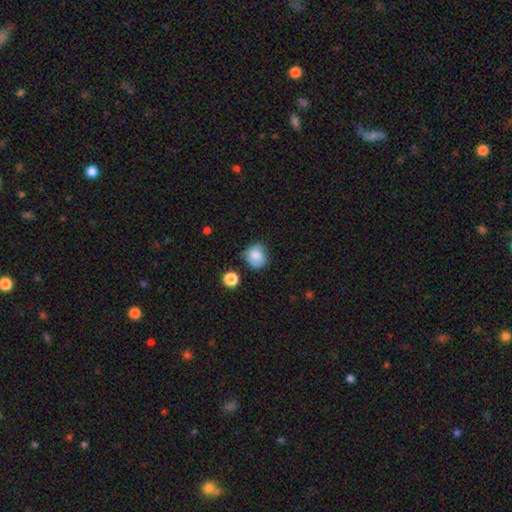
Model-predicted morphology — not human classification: Overall: smooth (81%). How rounded: round (73%). Merging: none (60%; minor disturbance 28%).